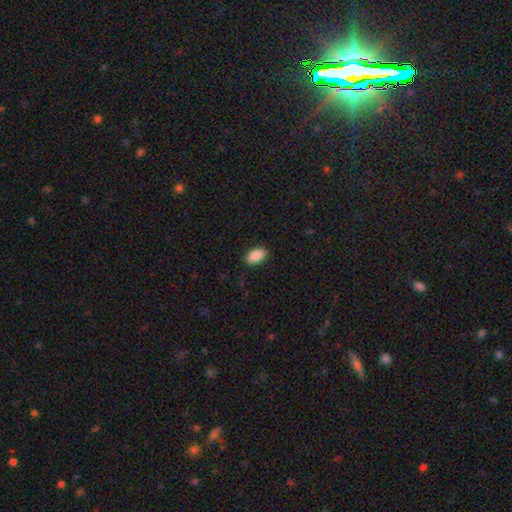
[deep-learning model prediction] Smooth or featured: smooth — 88% (star or artifact — 7%)
How rounded: in between — 93% (round — 5%)
Merging: none — 89% (minor disturbance — 9%)